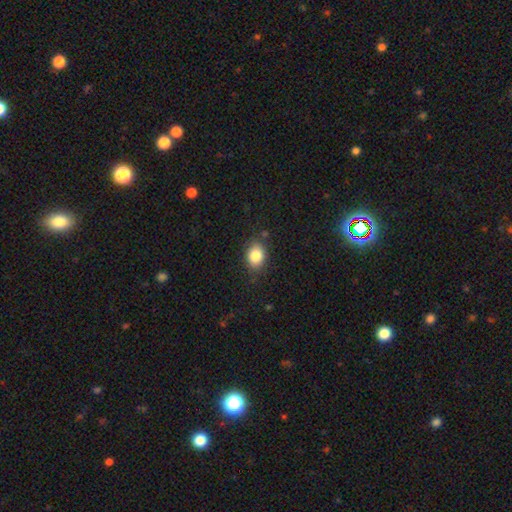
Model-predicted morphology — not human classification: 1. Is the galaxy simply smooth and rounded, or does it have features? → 84% smooth, 9% star or artifact, 7% featured or disk.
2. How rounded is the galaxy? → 61% in between, 38% round, 1% cigar-shaped.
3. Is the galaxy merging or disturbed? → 82% none, 13% minor disturbance, 3% major disturbance, 2% merger.